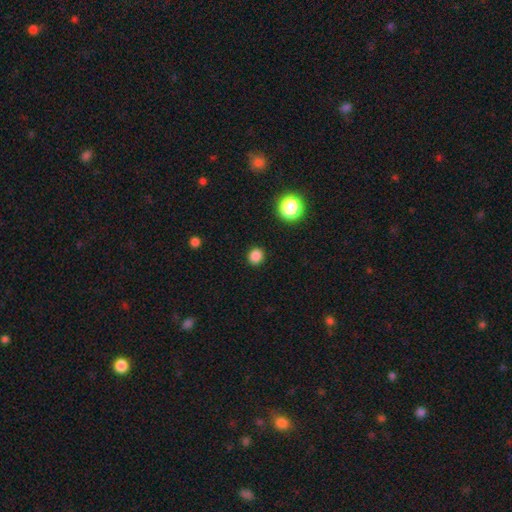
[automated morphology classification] Overall: smooth (84%). How rounded: round (84%). Merging: none (91%).